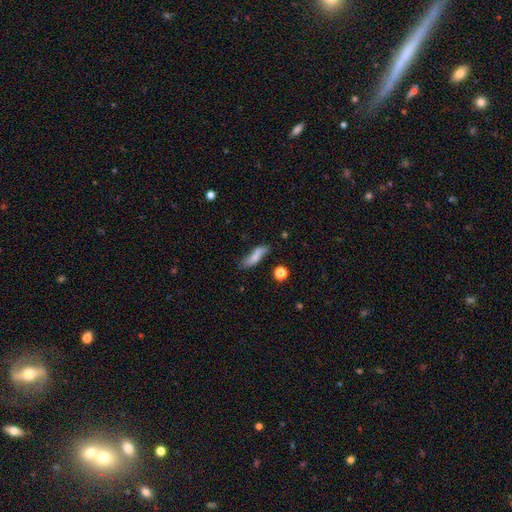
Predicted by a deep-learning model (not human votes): A smooth galaxy with no disk features (71%) that is cigar-shaped (52%). Merging: none (57%).